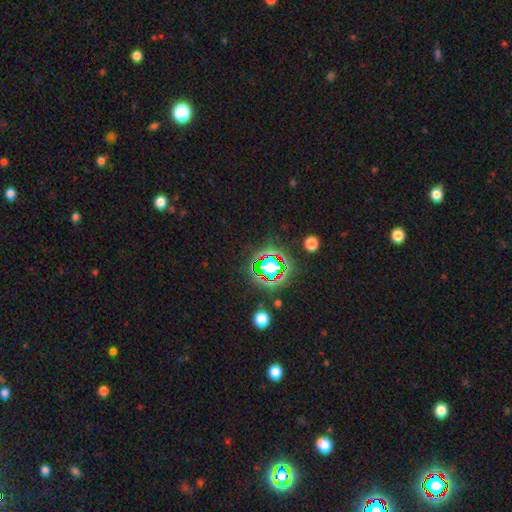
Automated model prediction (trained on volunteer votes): A star or artifact, not a galaxy (75%).